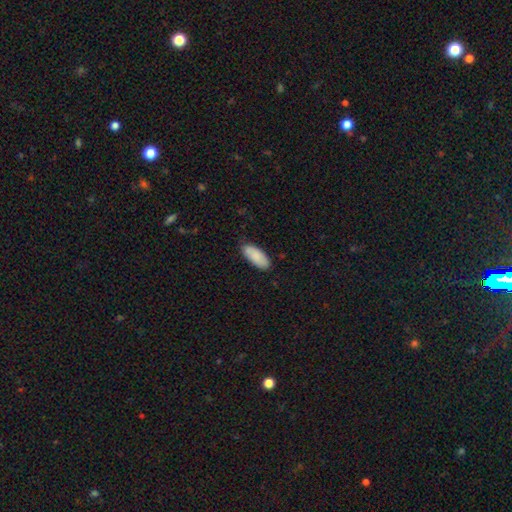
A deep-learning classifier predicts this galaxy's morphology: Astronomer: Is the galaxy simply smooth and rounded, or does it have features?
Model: smooth — 88%.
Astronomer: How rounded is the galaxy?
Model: in between — 86%.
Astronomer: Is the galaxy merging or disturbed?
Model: none — 83%.